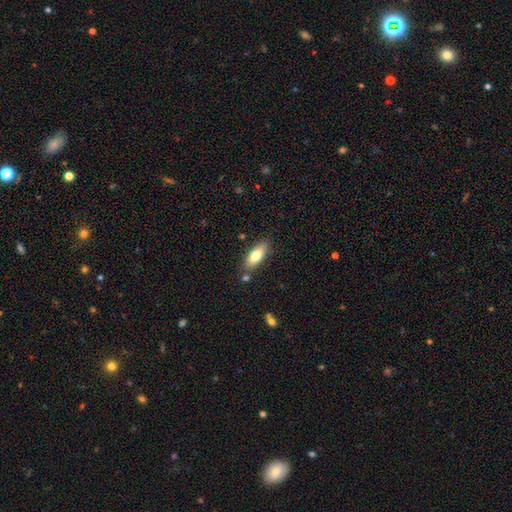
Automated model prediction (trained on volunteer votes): This is likely a smooth galaxy (72%). How rounded: likely in between (70%). Merging: clearly none (81%).